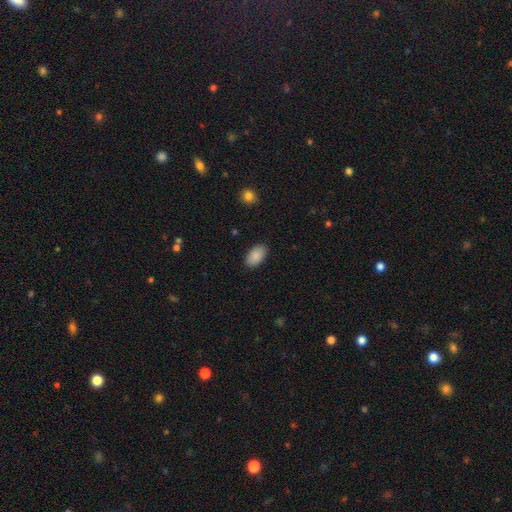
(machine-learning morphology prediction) Overall: smooth (89%). How rounded: in between (94%). Merging: none (88%).